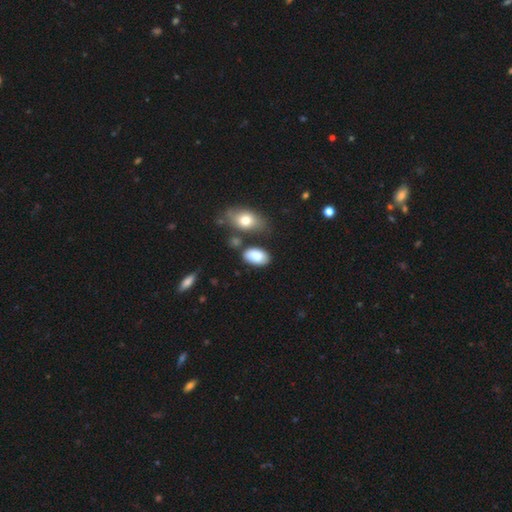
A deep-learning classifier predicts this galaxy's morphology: smooth-or-featured: smooth: 83% | featured or disk: 10% | star or artifact: 7%
  how-rounded: in between: 93% | round: 5% | cigar-shaped: 2%
  merging: none: 64% | minor disturbance: 21% | merger: 9% | major disturbance: 6%